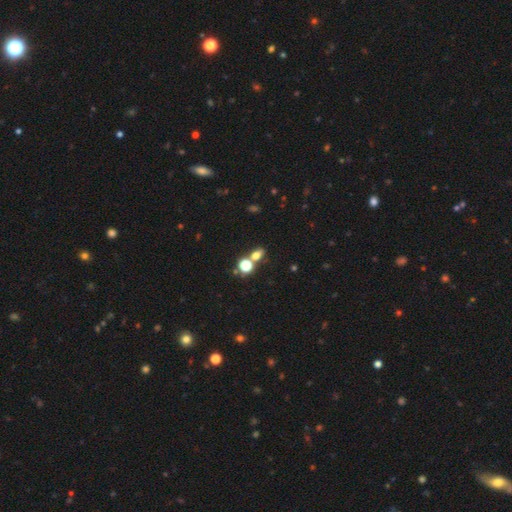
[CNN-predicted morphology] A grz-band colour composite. It shows a smooth galaxy with no disk features (65%) that is in between round and cigar-shaped (58%). Merging: none (54%).